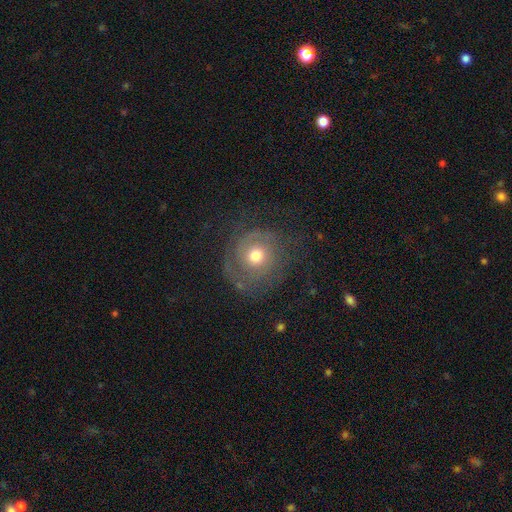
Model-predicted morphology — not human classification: smooth_or_featured: featured or disk (p=0.57) [alt: smooth p=0.32]
disk_edge_on: no (p=0.97) [alt: yes p=0.03]
bar: no (p=0.84) [alt: weak p=0.14]
has_spiral_arms: yes (p=0.76) [alt: no p=0.24]
bulge_size: moderate (p=0.71) [alt: small p=0.16]
merging: none (p=0.66) [alt: minor disturbance p=0.16]